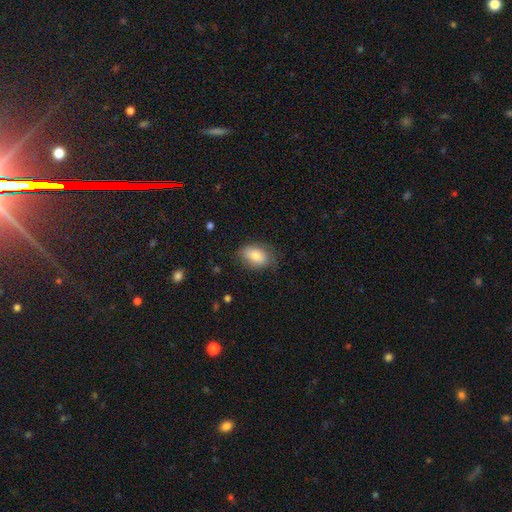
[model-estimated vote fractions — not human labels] smooth_or_featured: smooth (p=0.77) [alt: featured or disk p=0.16]
how_rounded: in between (p=0.87) [alt: round p=0.12]
merging: none (p=0.70) [alt: minor disturbance p=0.23]